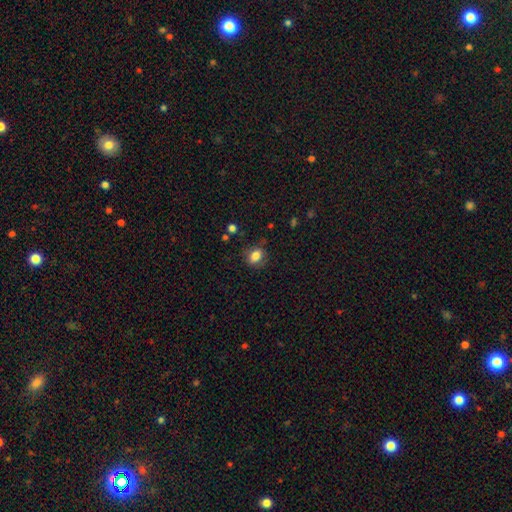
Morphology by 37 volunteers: type=smooth (86%); roundness=in between (53%); merging=none (69%).